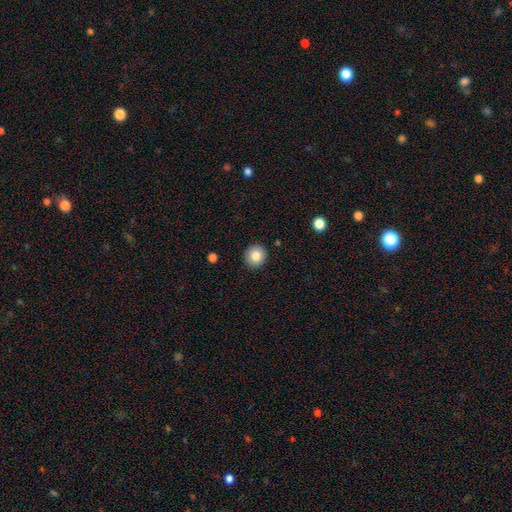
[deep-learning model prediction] A smooth galaxy with no disk features (84%) that is round (89%).

Vote fractions:
- Smooth or featured? smooth: 84% / star or artifact: 9% / featured or disk: 7%
- How rounded? round: 89% / in between: 11% / cigar-shaped: 1%
- Merging? none: 91% / minor disturbance: 6% / major disturbance: 2% / merger: 1%